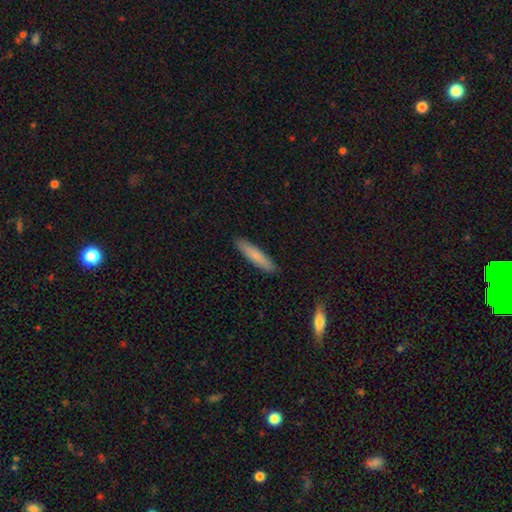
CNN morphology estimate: Smooth or featured: smooth — 79% (featured or disk — 15%)
How rounded: cigar-shaped — 87% (in between — 11%)
Merging: none — 90% (minor disturbance — 7%)